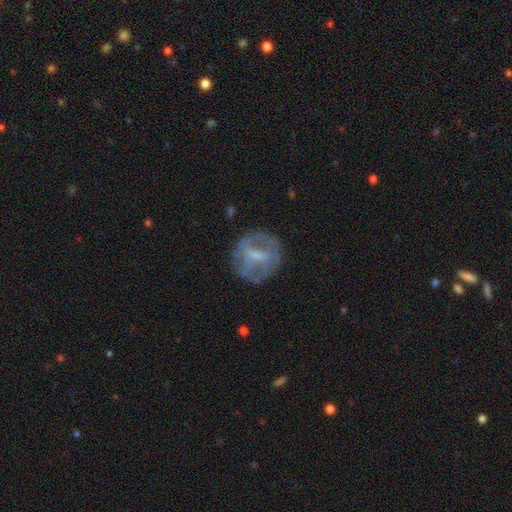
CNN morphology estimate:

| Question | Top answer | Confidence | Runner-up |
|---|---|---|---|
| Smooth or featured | featured or disk | 59% | smooth (33%) |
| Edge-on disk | no | 95% | yes (5%) |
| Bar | weak | 48% | strong (29%) |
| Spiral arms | no | 64% | yes (36%) |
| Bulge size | small | 36% | moderate (34%) |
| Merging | none | 71% | minor disturbance (17%) |